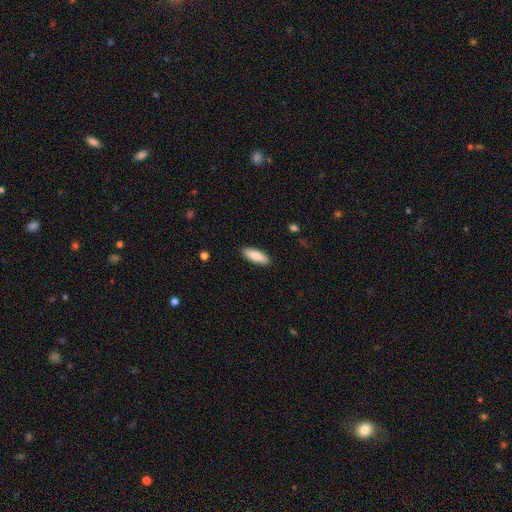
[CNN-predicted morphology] smooth-or-featured: smooth: 86% | featured or disk: 8% | star or artifact: 6%
  how-rounded: in between: 64% | cigar-shaped: 34% | round: 2%
  merging: none: 89% | minor disturbance: 8% | major disturbance: 2% | merger: 1%